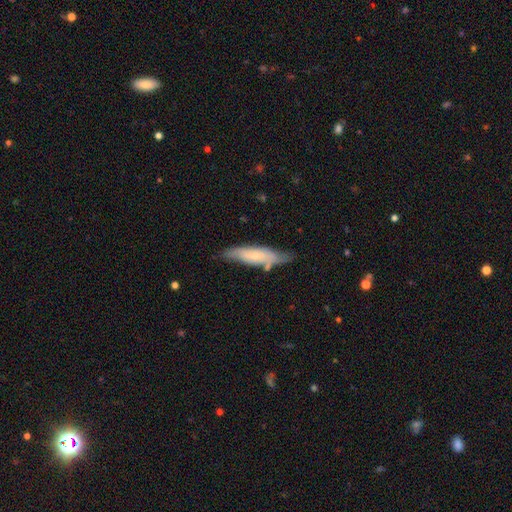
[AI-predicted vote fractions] Smooth or featured: smooth — 59% (featured or disk — 35%)
How rounded: cigar-shaped — 67% (in between — 31%)
Merging: none — 65% (minor disturbance — 24%)